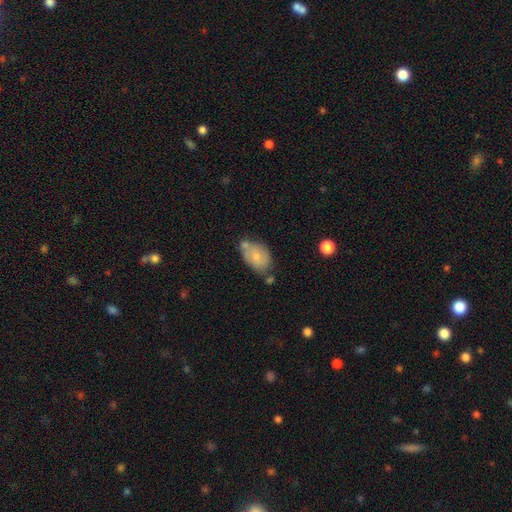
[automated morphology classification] The model was most divided on "merging": none: 46%, minor disturbance: 27%, merger: 20%, major disturbance: 7%. More confident: how rounded — in between (85%); smooth or featured — smooth (67%).